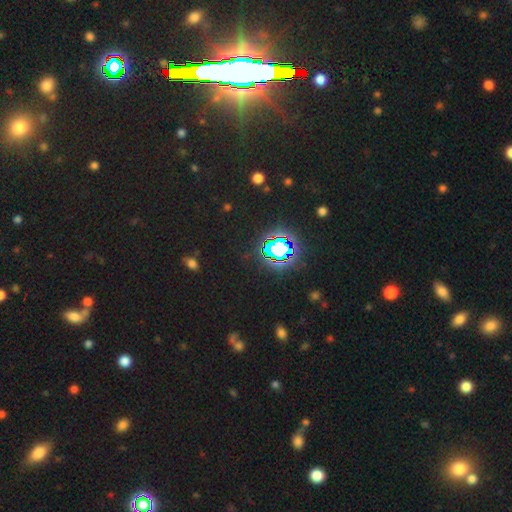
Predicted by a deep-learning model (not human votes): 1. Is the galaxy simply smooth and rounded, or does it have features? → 82% star or artifact, 10% smooth, 8% featured or disk.